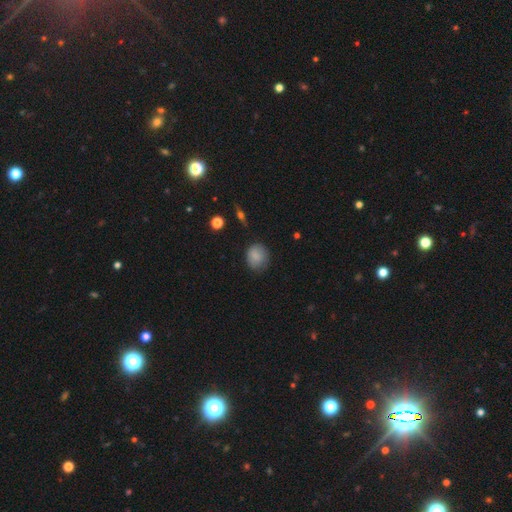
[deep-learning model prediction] smooth 83%, featured or disk 9%, star or artifact 8%. Down the decision tree: how rounded — round (66%); merging — none (71%).